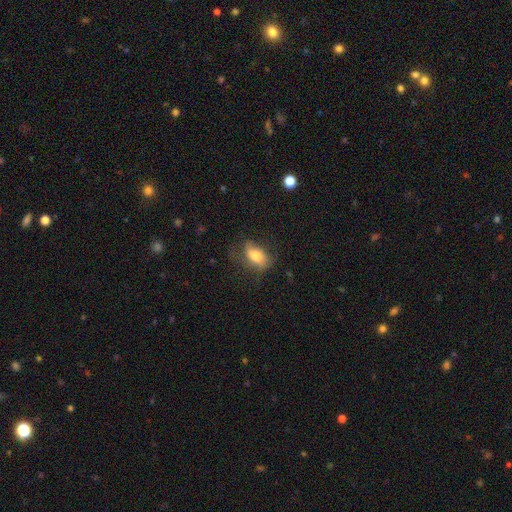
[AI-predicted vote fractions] A smooth galaxy with no disk features (70%) that is in between round and cigar-shaped (86%). Merging: none (51%).